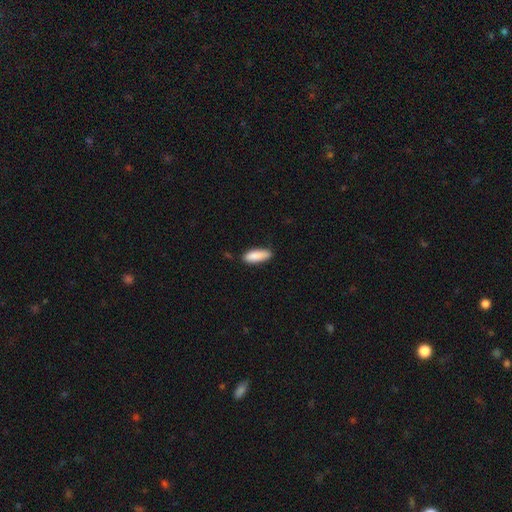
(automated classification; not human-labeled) smooth 88%, star or artifact 6%, featured or disk 6%. Down the decision tree: how rounded — in between (61%); merging — none (79%).